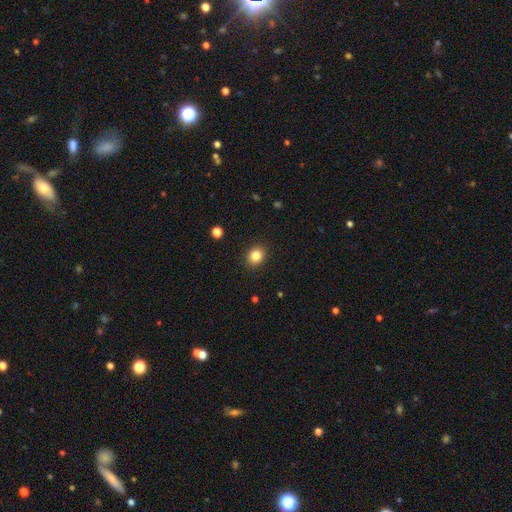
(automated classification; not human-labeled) smooth-or-featured: smooth: 83% | star or artifact: 11% | featured or disk: 6%
  how-rounded: round: 67% | in between: 33% | cigar-shaped: 1%
  merging: none: 91% | minor disturbance: 6% | major disturbance: 2% | merger: 1%